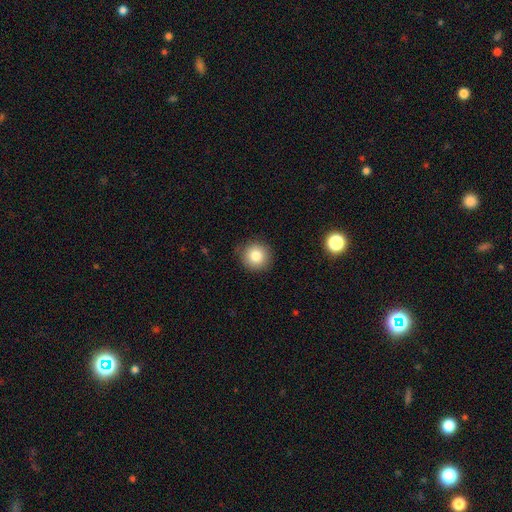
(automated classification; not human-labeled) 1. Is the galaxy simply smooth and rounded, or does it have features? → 82% smooth, 10% star or artifact, 7% featured or disk.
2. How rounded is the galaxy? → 94% round, 5% in between, 1% cigar-shaped.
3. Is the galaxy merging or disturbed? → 88% none, 8% minor disturbance, 2% major disturbance, 1% merger.